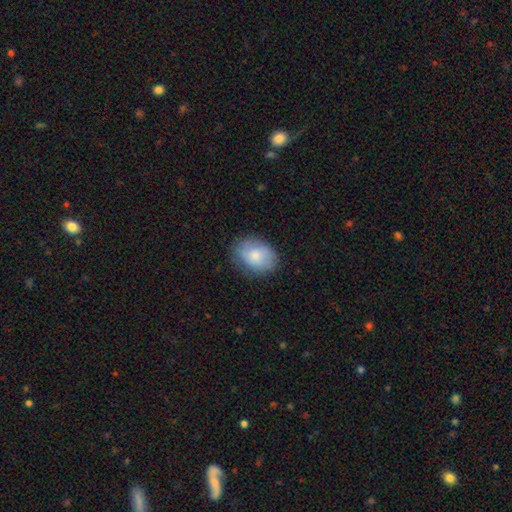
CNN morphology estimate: smooth-or-featured: smooth: 75% | featured or disk: 18% | star or artifact: 7%
  how-rounded: in between: 72% | round: 27% | cigar-shaped: 1%
  merging: none: 76% | minor disturbance: 18% | major disturbance: 5% | merger: 1%